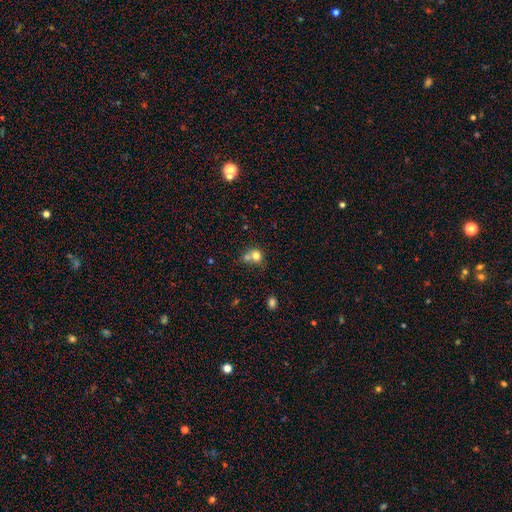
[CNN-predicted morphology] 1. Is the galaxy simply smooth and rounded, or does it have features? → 75% smooth, 13% featured or disk, 12% star or artifact.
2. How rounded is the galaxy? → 77% round, 22% in between, 1% cigar-shaped.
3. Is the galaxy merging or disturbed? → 53% merger, 35% none, 8% minor disturbance, 4% major disturbance.